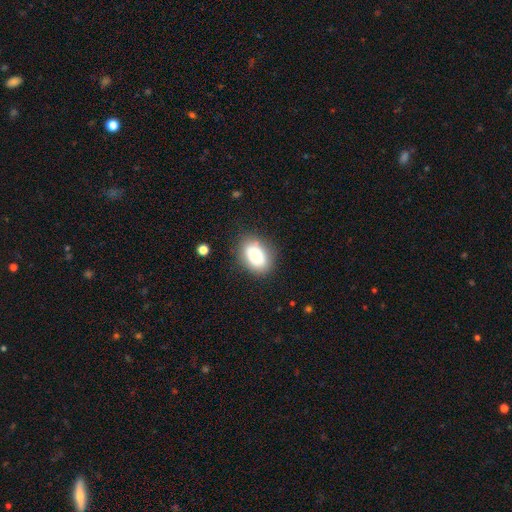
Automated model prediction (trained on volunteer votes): A smooth galaxy with no disk features (78%) that is in between round and cigar-shaped (82%). Merging: none (77%).